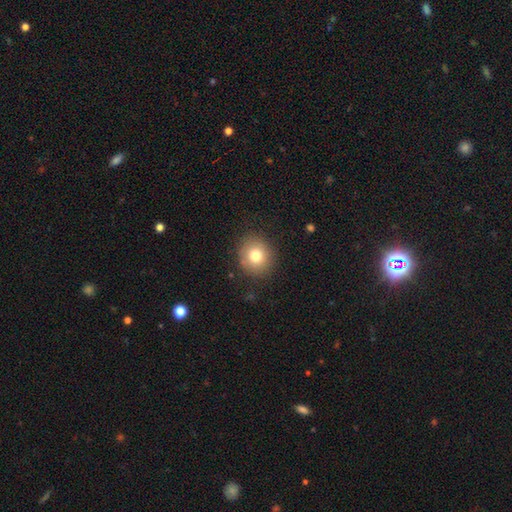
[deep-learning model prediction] Q: Smooth or featured?
A: smooth (77%); runner-up: featured or disk (12%)
Q: How rounded?
A: round (84%); runner-up: in between (15%)
Q: Merging?
A: none (86%); runner-up: minor disturbance (10%)